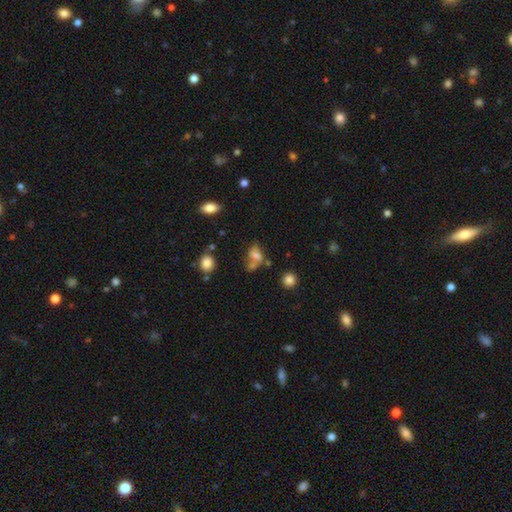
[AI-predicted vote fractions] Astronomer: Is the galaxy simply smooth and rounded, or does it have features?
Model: smooth — 62%.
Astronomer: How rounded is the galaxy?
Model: in between — 73%.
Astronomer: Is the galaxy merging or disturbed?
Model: merger — 36% (runner-up: none, 34%).